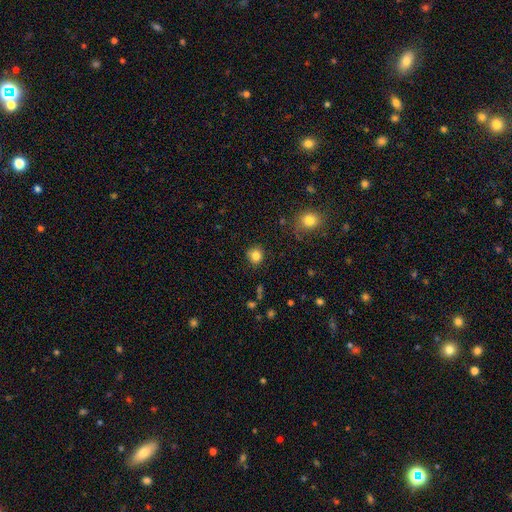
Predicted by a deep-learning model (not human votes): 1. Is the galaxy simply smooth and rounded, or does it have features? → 84% smooth, 11% star or artifact, 5% featured or disk.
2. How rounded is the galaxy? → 85% round, 14% in between, 1% cigar-shaped.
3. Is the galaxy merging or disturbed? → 85% none, 10% minor disturbance, 3% major disturbance, 2% merger.